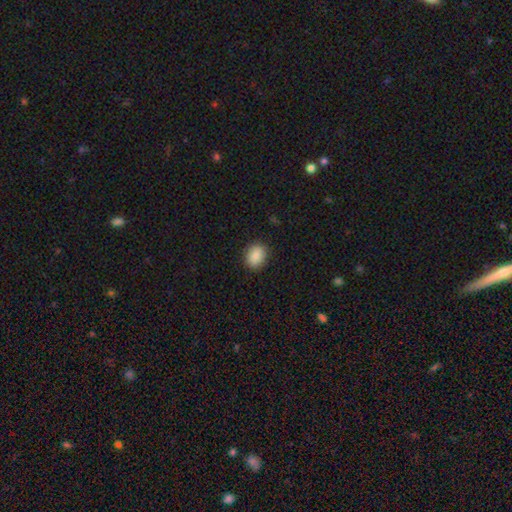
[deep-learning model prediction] smooth-or-featured: smooth: 88% | star or artifact: 8% | featured or disk: 5%
  how-rounded: in between: 52% | round: 47% | cigar-shaped: 1%
  merging: none: 88% | minor disturbance: 9% | major disturbance: 2% | merger: 1%